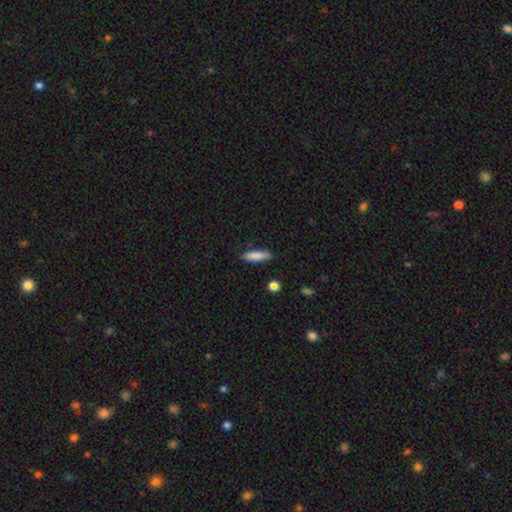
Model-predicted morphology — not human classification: Smooth or featured?
  - smooth: 85% *
  - featured or disk: 9%
  - star or artifact: 6%
How rounded?
  - cigar-shaped: 67% *
  - in between: 31%
  - round: 2%
Merging?
  - none: 85% *
  - minor disturbance: 12%
  - major disturbance: 2%
  - merger: 2%